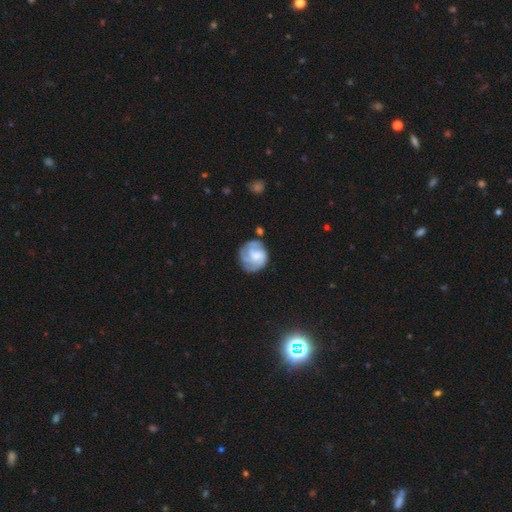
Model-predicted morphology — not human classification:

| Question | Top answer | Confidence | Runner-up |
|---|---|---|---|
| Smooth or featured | featured or disk | 69% | smooth (25%) |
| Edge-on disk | no | 98% | yes (2%) |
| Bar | no | 62% | weak (33%) |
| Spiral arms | yes | 90% | no (10%) |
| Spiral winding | tight | 52% | medium (36%) |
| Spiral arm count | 3 | 38% | can't tell (25%) |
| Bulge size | moderate | 39% | small (32%) |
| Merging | none | 63% | minor disturbance (22%) |